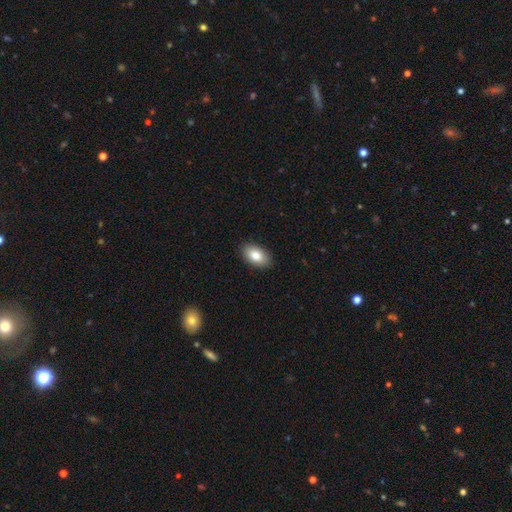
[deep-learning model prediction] Morphology: type=smooth (82%); roundness=in between (92%); merging=none (89%).